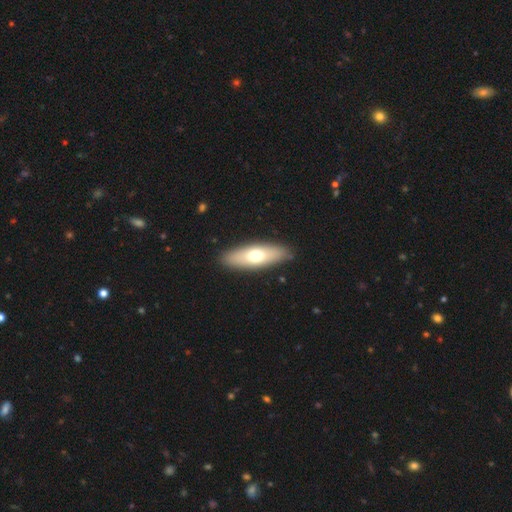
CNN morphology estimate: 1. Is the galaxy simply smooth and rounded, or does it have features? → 63% smooth, 31% featured or disk, 6% star or artifact.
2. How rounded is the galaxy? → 55% in between, 42% cigar-shaped, 3% round.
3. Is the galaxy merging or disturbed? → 88% none, 8% minor disturbance, 2% major disturbance, 1% merger.